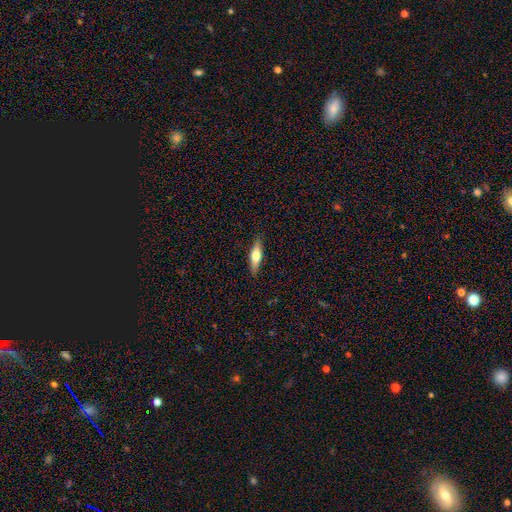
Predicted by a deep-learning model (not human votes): This is possibly a smooth galaxy (57%). How rounded: possibly cigar-shaped (59%). Merging: clearly none (88%).